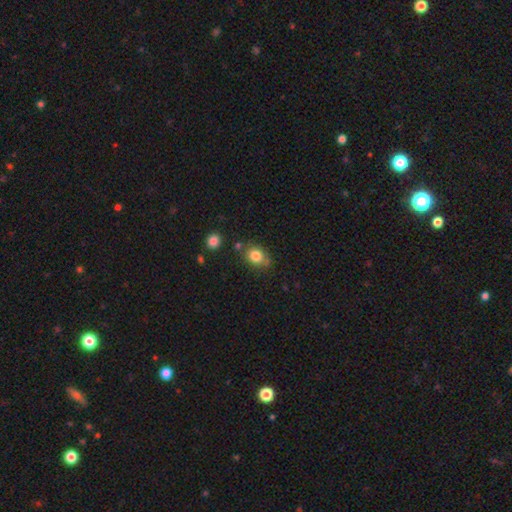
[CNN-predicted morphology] type=smooth (82%); roundness=round (57%); merging=none (68%).